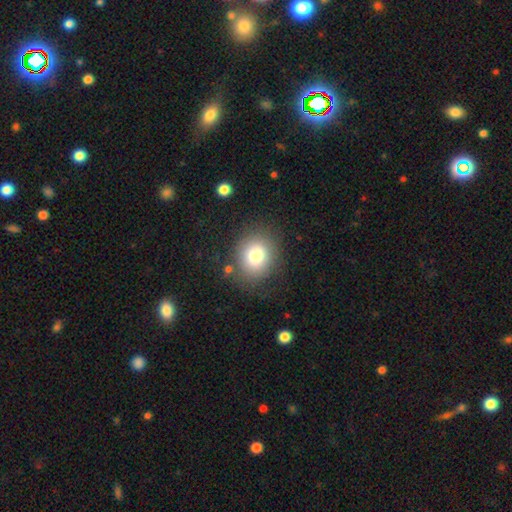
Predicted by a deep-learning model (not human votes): Smooth or featured: smooth — 78% (star or artifact — 11%)
How rounded: round — 73% (in between — 26%)
Merging: none — 80% (minor disturbance — 12%)